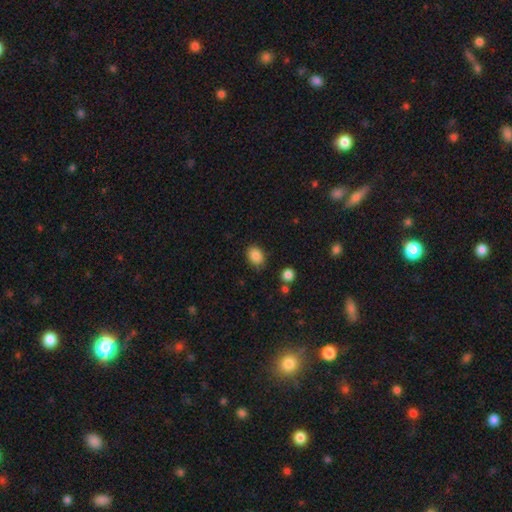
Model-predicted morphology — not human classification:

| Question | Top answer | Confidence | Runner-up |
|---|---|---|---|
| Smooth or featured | smooth | 86% | star or artifact (9%) |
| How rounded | in between | 70% | round (29%) |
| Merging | none | 81% | minor disturbance (14%) |